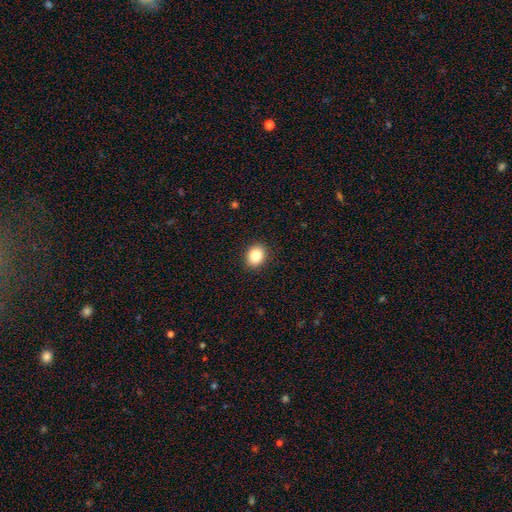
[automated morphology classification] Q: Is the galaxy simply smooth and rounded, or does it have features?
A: smooth — 85%.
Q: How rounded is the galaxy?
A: round — 61%.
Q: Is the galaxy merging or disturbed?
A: none — 91%.